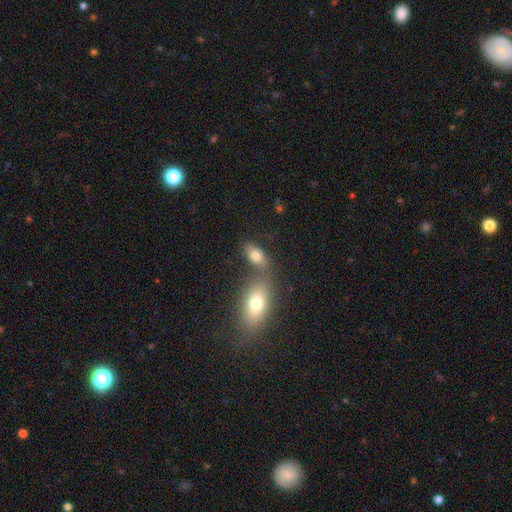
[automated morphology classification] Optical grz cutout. It shows a smooth galaxy with no disk features (77%) that is in between round and cigar-shaped (88%). Merging: none (47%).